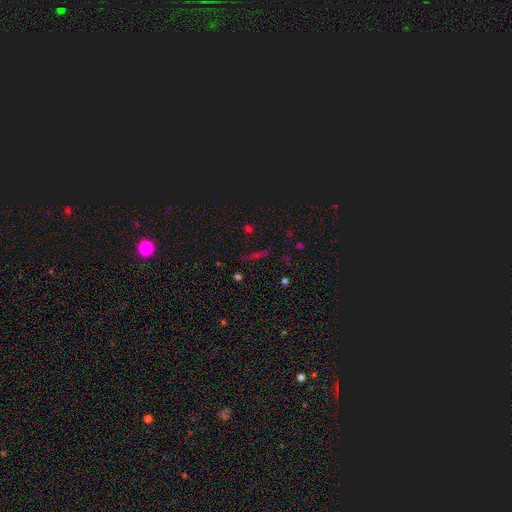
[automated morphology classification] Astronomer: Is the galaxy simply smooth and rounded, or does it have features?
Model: star or artifact — 41% (runner-up: smooth, 31%).